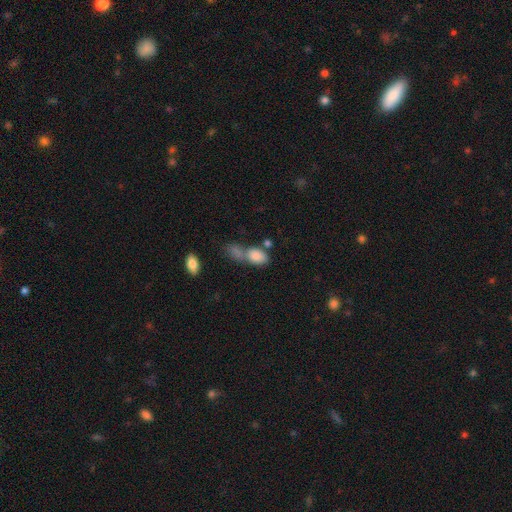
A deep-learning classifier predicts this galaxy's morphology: Smooth or featured? Predicted: smooth (p=0.84). How rounded? Predicted: in between (p=0.86). Merging? Predicted: merger (p=0.52).